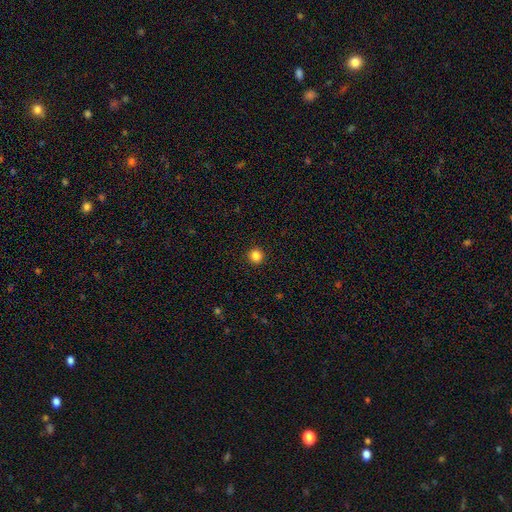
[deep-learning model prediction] Smooth or featured? Predicted: smooth (p=0.85). How rounded? Predicted: round (p=0.94). Merging? Predicted: none (p=0.93).